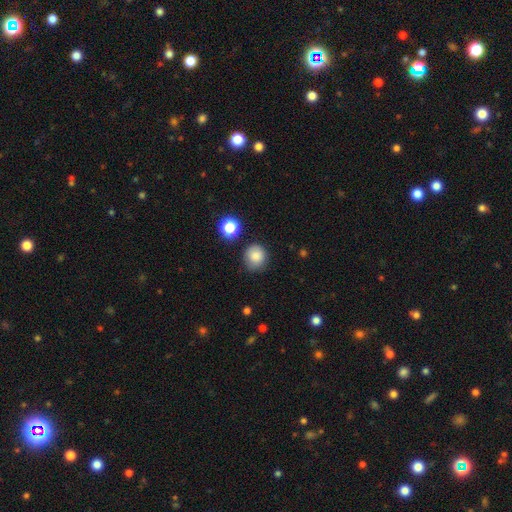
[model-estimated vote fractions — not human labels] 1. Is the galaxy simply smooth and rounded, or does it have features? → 84% smooth, 11% star or artifact, 6% featured or disk.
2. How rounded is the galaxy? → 85% round, 14% in between, 1% cigar-shaped.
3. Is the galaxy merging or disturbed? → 78% none, 15% minor disturbance, 4% major disturbance, 3% merger.